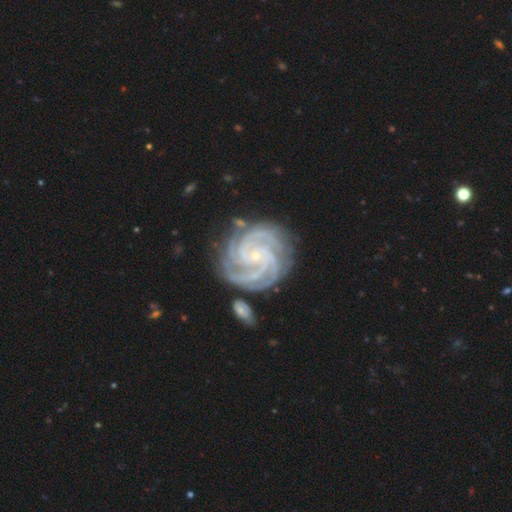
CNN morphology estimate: This appears to be a featured or disk galaxy (93%) with no bar (66%), 4 (37%) tight (78%) spiral arms (99%) and a small central bulge (87%). Merging: none (75%).